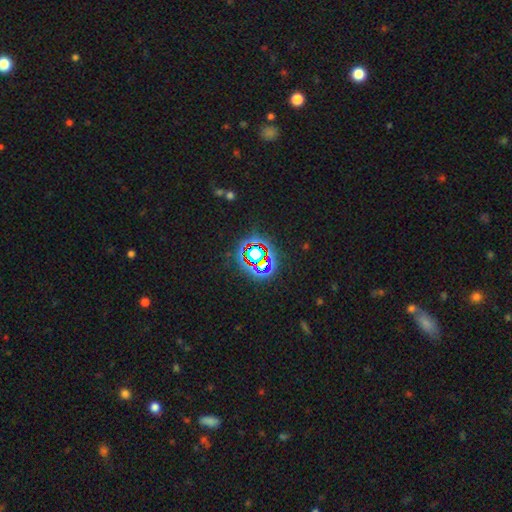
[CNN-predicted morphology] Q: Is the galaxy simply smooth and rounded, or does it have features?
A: star or artifact — 71%.